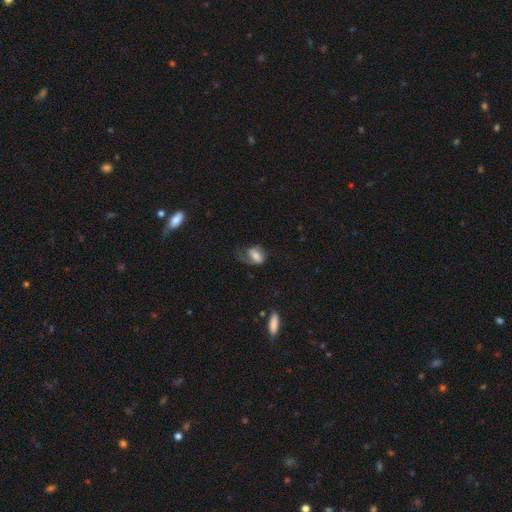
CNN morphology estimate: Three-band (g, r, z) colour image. It shows a smooth galaxy with no disk features (47%). Merging: major disturbance (41%).